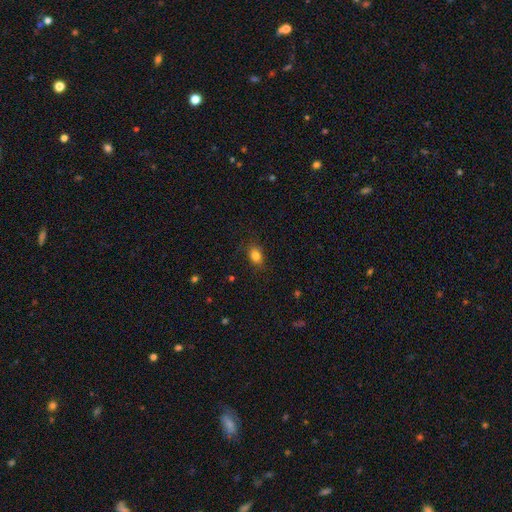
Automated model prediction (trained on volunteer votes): smooth 83%, star or artifact 10%, featured or disk 6%. Down the decision tree: how rounded — in between (70%); merging — none (84%).